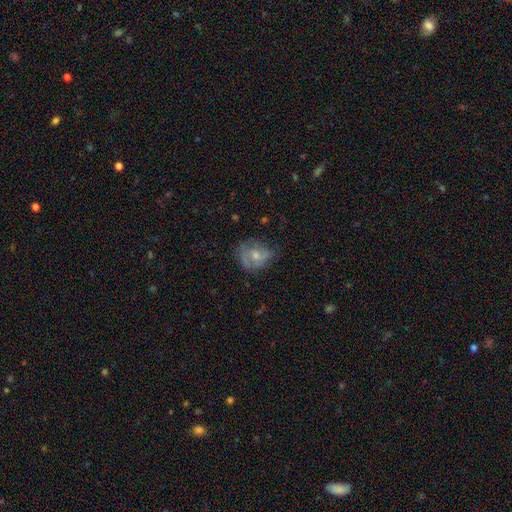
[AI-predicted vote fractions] Smooth or featured? Predicted: smooth (p=0.47). Merging? Predicted: none (p=0.53).